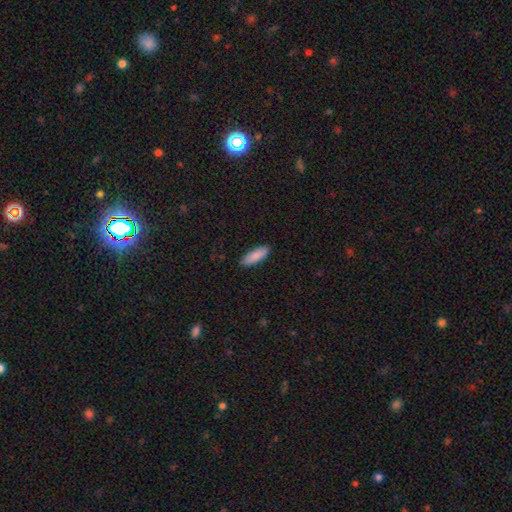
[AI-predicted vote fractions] smooth_or_featured: smooth (p=0.88) [alt: featured or disk p=0.06]
how_rounded: in between (p=0.61) [alt: cigar-shaped p=0.37]
merging: none (p=0.90) [alt: minor disturbance p=0.07]